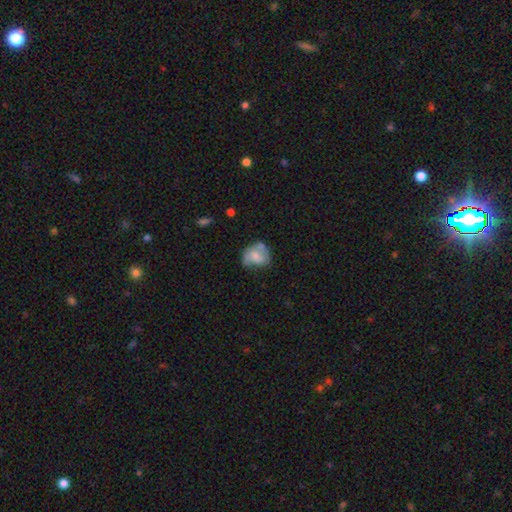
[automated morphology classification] smooth_or_featured: smooth (p=0.47) [alt: featured or disk p=0.45]
merging: none (p=0.40) [alt: minor disturbance p=0.31]